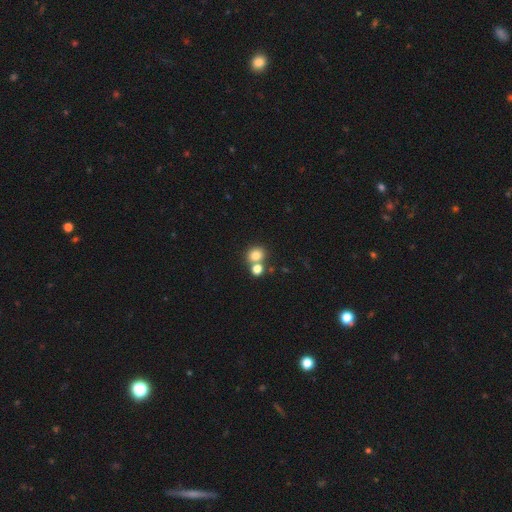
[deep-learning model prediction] Smooth or featured?
  - smooth: 79% *
  - star or artifact: 13%
  - featured or disk: 8%
How rounded?
  - round: 74% *
  - in between: 26%
  - cigar-shaped: 1%
Merging?
  - none: 51% *
  - merger: 39%
  - minor disturbance: 7%
  - major disturbance: 3%